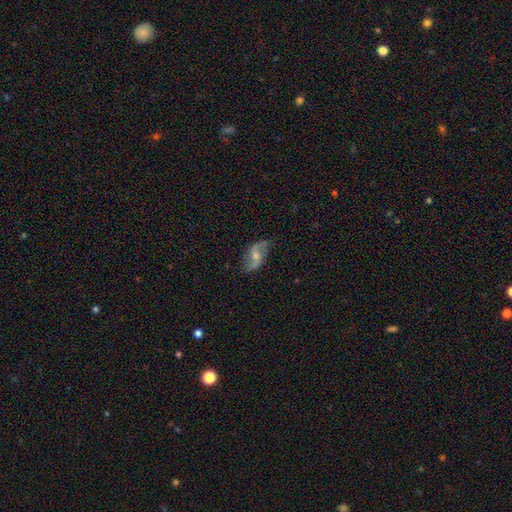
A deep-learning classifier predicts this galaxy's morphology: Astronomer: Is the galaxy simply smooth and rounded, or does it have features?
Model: featured or disk — 76%.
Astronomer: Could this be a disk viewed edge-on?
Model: no — 95%.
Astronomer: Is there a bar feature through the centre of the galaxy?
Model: weak — 44% (runner-up: no, 39%).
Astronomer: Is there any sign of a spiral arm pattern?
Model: yes — 92%.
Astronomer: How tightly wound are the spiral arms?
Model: loose — 76%.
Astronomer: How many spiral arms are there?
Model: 2 — 92%.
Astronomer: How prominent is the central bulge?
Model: moderate — 46% (runner-up: small, 44%).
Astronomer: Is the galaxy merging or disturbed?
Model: none — 77%.